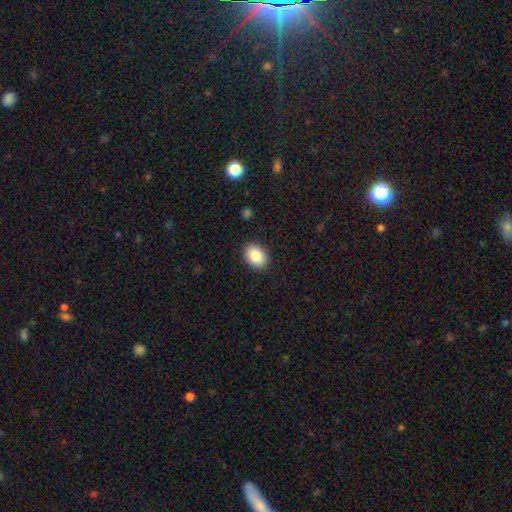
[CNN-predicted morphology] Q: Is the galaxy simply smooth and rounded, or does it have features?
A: smooth — 85%.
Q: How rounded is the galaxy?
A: in between — 73%.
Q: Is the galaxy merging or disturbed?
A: none — 89%.